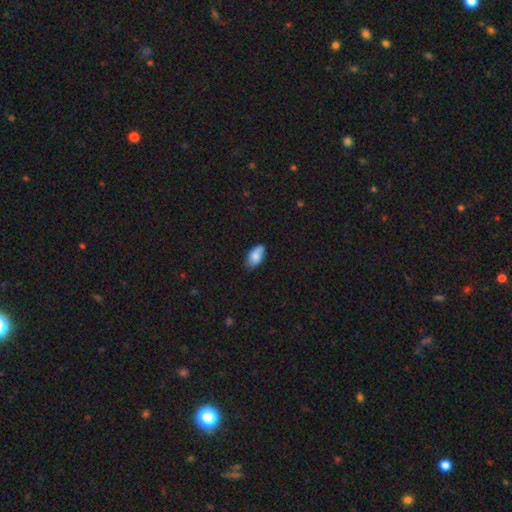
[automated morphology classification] A smooth galaxy with no disk features (79%) that is in between round and cigar-shaped (93%).

Vote fractions:
- Smooth or featured? smooth: 79% / featured or disk: 13% / star or artifact: 7%
- How rounded? in between: 93% / round: 4% / cigar-shaped: 3%
- Merging? none: 68% / minor disturbance: 26% / major disturbance: 4% / merger: 2%